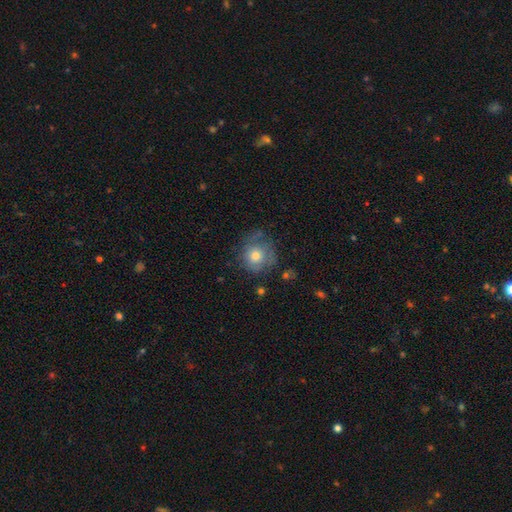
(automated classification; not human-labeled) Overall: smooth (62%; featured or disk 28%). How rounded: round (88%). Merging: none (61%; minor disturbance 24%).